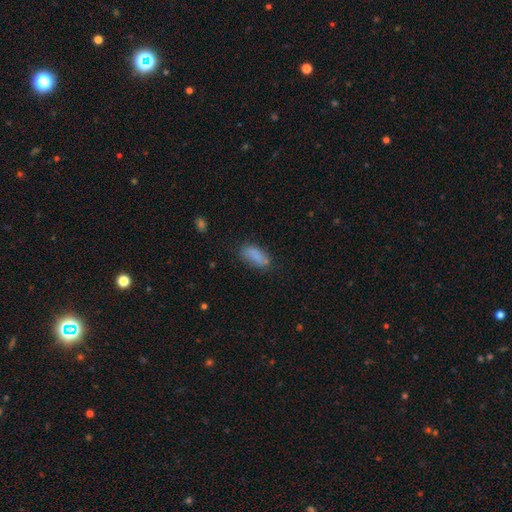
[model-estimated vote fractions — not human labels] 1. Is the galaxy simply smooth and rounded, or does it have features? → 81% smooth, 10% featured or disk, 9% star or artifact.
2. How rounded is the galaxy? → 87% in between, 10% cigar-shaped, 3% round.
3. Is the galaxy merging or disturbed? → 66% none, 23% minor disturbance, 7% major disturbance, 4% merger.